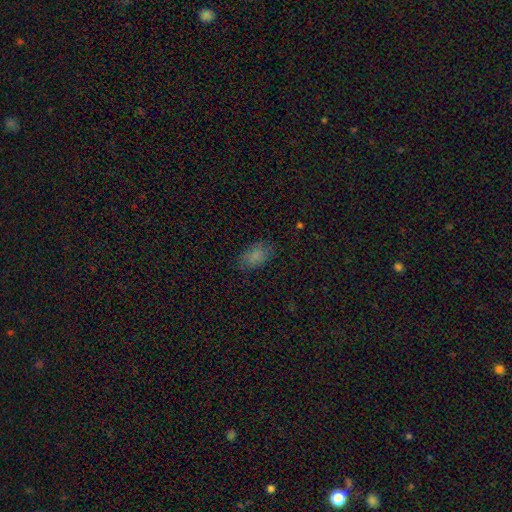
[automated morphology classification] smooth_or_featured: smooth (p=0.79) [alt: star or artifact p=0.13]
how_rounded: in between (p=0.91) [alt: round p=0.07]
merging: none (p=0.76) [alt: minor disturbance p=0.17]